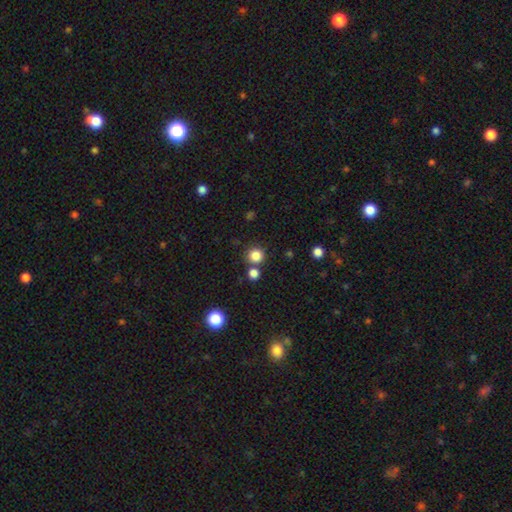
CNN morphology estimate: Smooth or featured?
  - smooth: 83% *
  - star or artifact: 12%
  - featured or disk: 4%
How rounded?
  - round: 93% *
  - in between: 6%
  - cigar-shaped: 1%
Merging?
  - none: 77% *
  - merger: 13%
  - minor disturbance: 7%
  - major disturbance: 3%